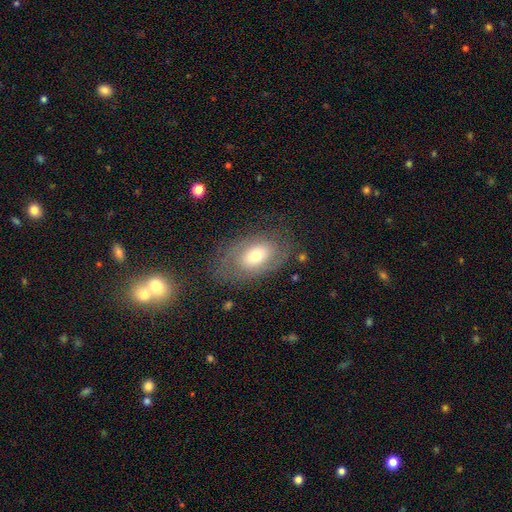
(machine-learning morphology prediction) Q: Smooth or featured?
A: featured or disk (54%); runner-up: smooth (38%)
Q: Edge-on disk?
A: no (92%); runner-up: yes (8%)
Q: Merging?
A: none (70%); runner-up: minor disturbance (18%)